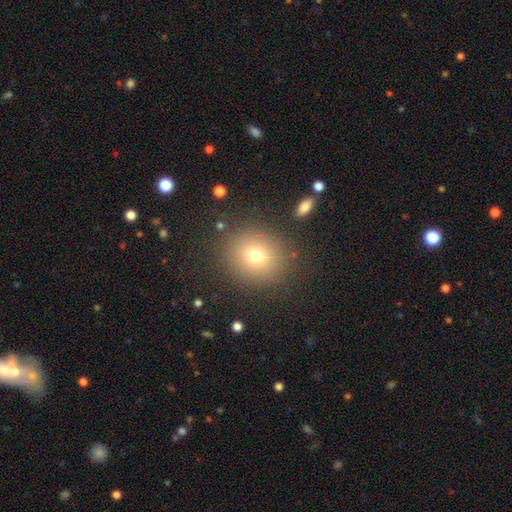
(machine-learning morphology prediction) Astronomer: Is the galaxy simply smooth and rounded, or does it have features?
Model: smooth — 72%.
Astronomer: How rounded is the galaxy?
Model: round — 79%.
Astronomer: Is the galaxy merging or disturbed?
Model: none — 86%.